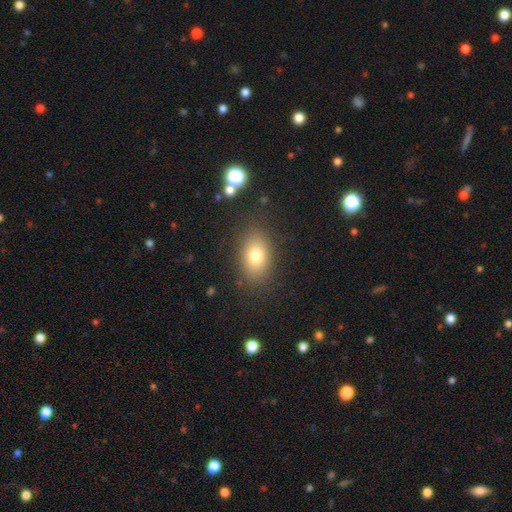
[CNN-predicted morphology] Overall: smooth (78%). How rounded: in between (82%). Merging: none (83%).